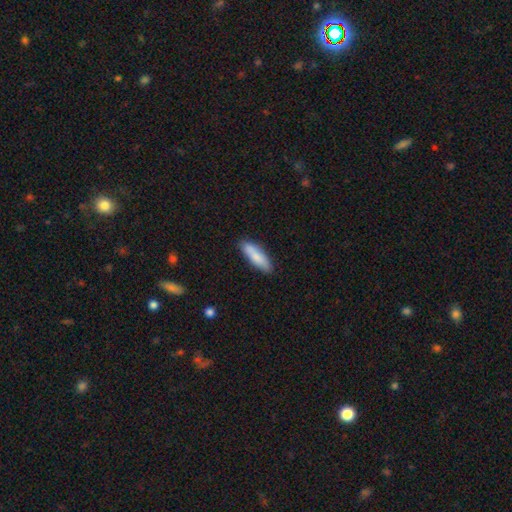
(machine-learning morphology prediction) Smooth or featured? Predicted: smooth (p=0.82). How rounded? Predicted: cigar-shaped (p=0.56). Merging? Predicted: none (p=0.85).